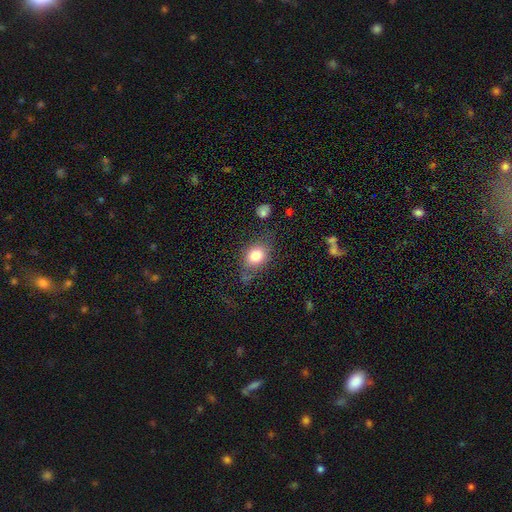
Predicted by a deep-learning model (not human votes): Morphology: type=smooth (78%); roundness=in between (51%); merging=none (66%).